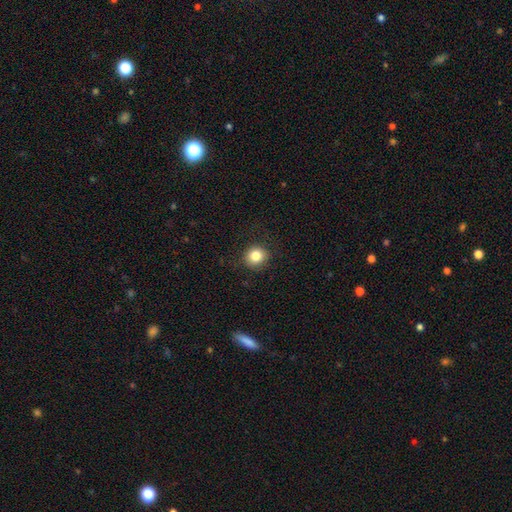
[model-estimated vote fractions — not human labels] Morphology: type=smooth (83%); roundness=round (87%); merging=none (88%).